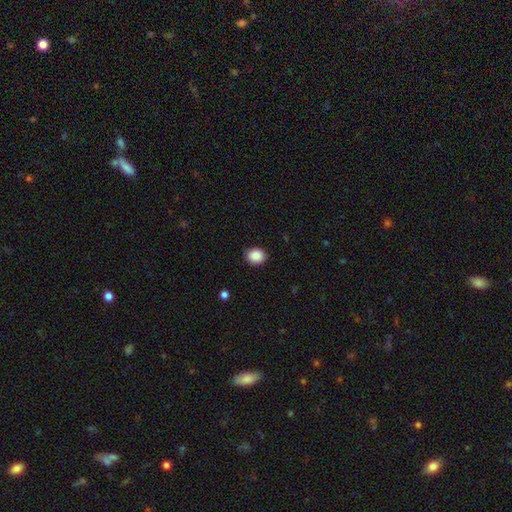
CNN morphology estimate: Smooth or featured?
  - smooth: 88% *
  - star or artifact: 9%
  - featured or disk: 3%
How rounded?
  - round: 64% *
  - in between: 35%
  - cigar-shaped: 1%
Merging?
  - none: 88% *
  - minor disturbance: 9%
  - major disturbance: 2%
  - merger: 1%